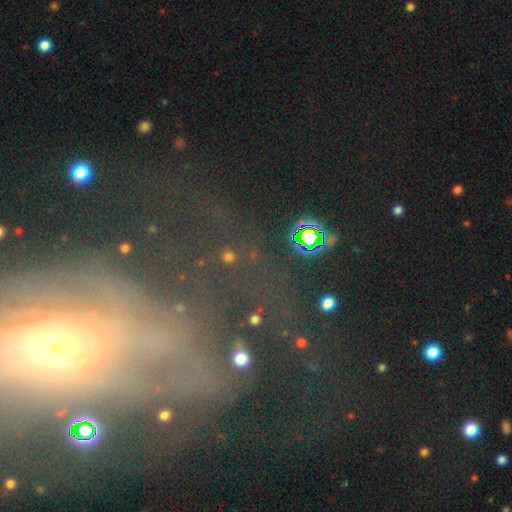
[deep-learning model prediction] This appears to be a featured or disk galaxy (53%). Merging: major disturbance (40%).